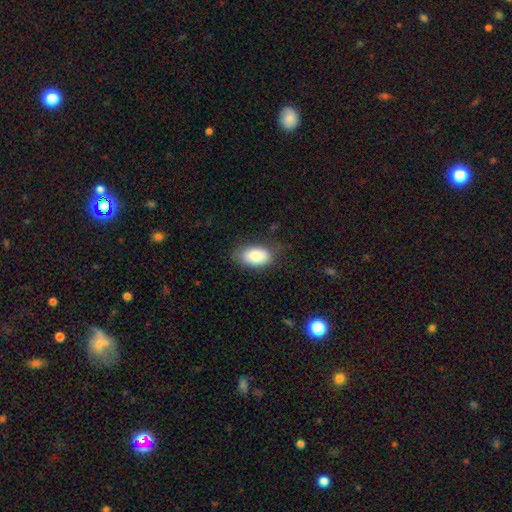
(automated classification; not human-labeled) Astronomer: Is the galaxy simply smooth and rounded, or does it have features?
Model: smooth — 82%.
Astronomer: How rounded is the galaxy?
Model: in between — 93%.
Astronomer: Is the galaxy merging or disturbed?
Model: none — 76%.